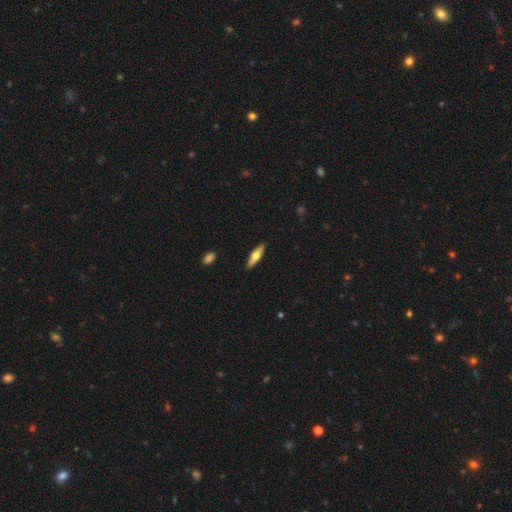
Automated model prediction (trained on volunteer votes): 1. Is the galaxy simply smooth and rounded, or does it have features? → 49% featured or disk, 45% smooth, 6% star or artifact.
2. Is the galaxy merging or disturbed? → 90% none, 7% minor disturbance, 2% major disturbance, 1% merger.